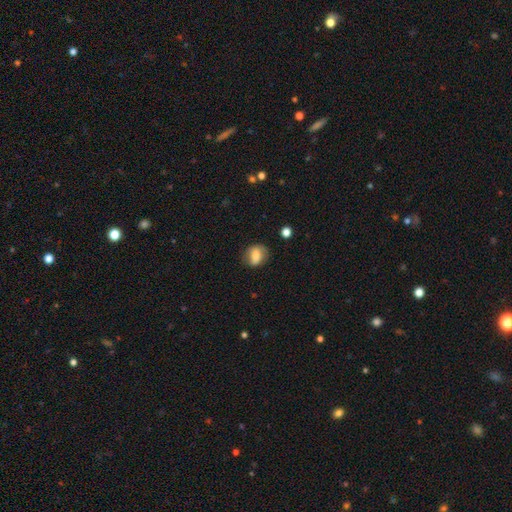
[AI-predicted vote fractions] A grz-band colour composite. It shows a smooth galaxy with no disk features (74%) that is in between round and cigar-shaped (59%). Merging: none (68%).